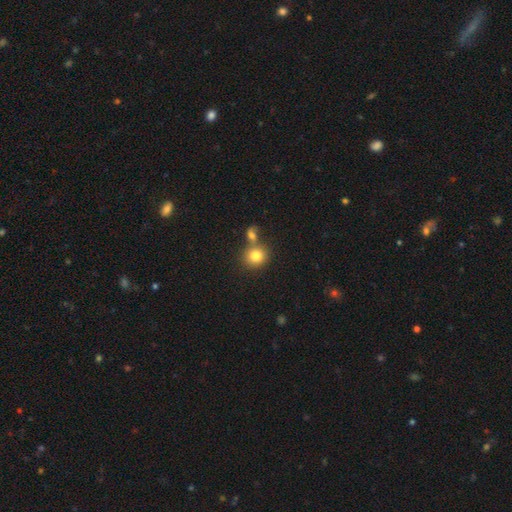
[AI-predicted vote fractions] smooth 81%, star or artifact 11%, featured or disk 9%. Down the decision tree: how rounded — round (81%); merging — none (55%).